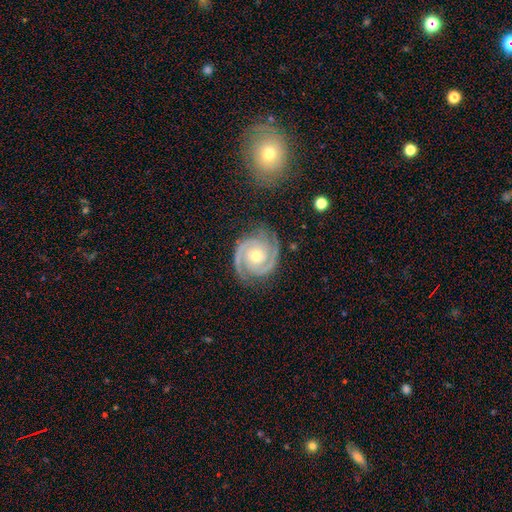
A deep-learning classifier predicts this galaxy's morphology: smooth_or_featured: featured or disk (p=0.93) [alt: star or artifact p=0.04]
disk_edge_on: no (p=0.98) [alt: yes p=0.02]
bar: no (p=0.73) [alt: weak p=0.19]
has_spiral_arms: yes (p=0.99) [alt: no p=0.01]
spiral_winding: tight (p=0.71) [alt: medium p=0.26]
spiral_arm_count: 2 (p=0.86) [alt: 3 p=0.07]
bulge_size: moderate (p=0.54) [alt: small p=0.43]
merging: none (p=0.82) [alt: minor disturbance p=0.13]